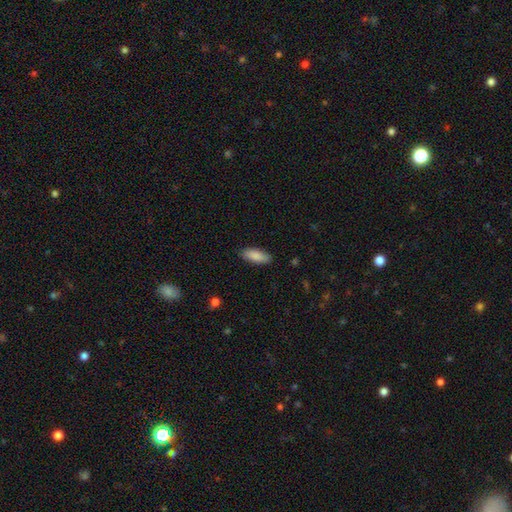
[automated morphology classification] smooth 87%, featured or disk 7%, star or artifact 6%. Down the decision tree: how rounded — in between (72%); merging — none (88%).